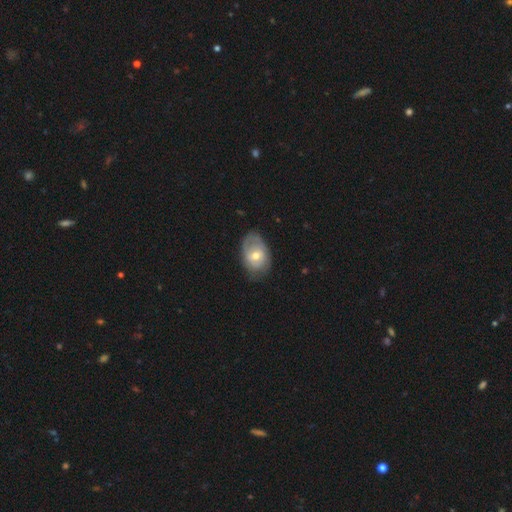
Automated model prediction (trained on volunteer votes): Smooth or featured?
  - featured or disk: 51% *
  - smooth: 43%
  - star or artifact: 6%
Edge-on disk?
  - no: 93% *
  - yes: 7%
Merging?
  - none: 60% *
  - minor disturbance: 29%
  - major disturbance: 10%
  - merger: 1%